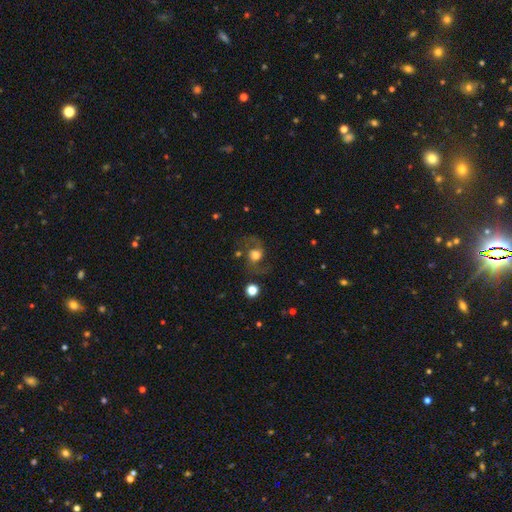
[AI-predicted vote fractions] This appears to be a featured or disk galaxy (64%) with no bar (68%), 2 (91%) loose (66%) spiral arms (87%) and a moderate central bulge (49%). Merging: none (66%).